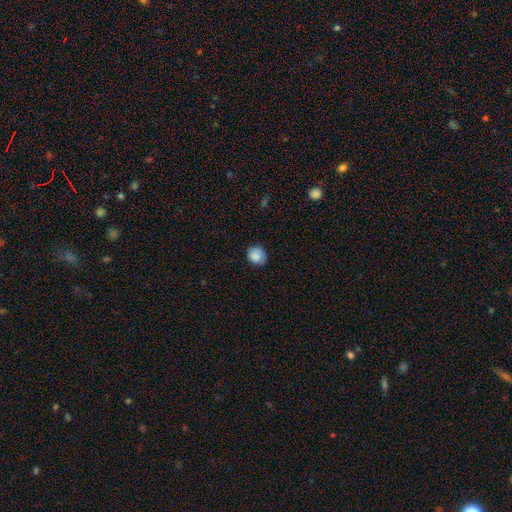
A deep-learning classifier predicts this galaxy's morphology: Q: Smooth or featured?
A: smooth (86%); runner-up: star or artifact (8%)
Q: How rounded?
A: round (74%); runner-up: in between (25%)
Q: Merging?
A: none (77%); runner-up: minor disturbance (18%)